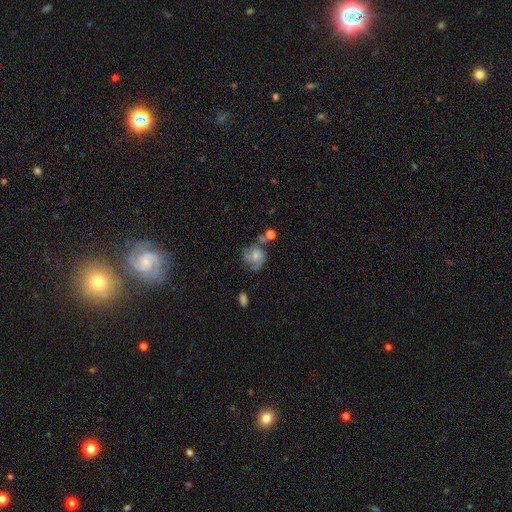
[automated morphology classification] This is possibly a featured or disk galaxy (52%). It is clearly not viewed edge-on (97%). Bar: likely no (78%). Spiral arm pattern: clearly yes (80%). Central bulge: possibly small (48%). Merging: possibly none (50%).